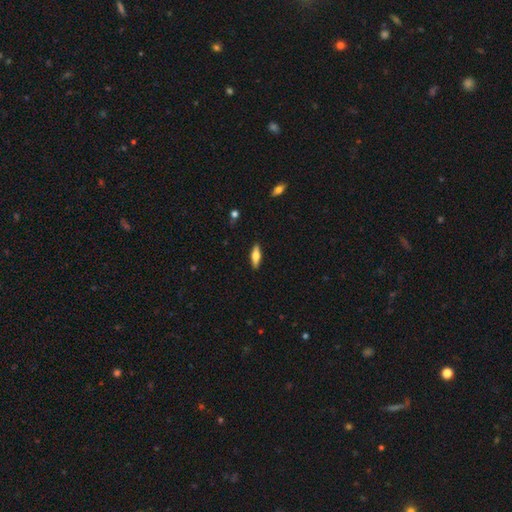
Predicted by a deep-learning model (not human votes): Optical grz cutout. It shows a smooth galaxy with no disk features (58%) that is in between round and cigar-shaped (50%). Merging: none (89%).